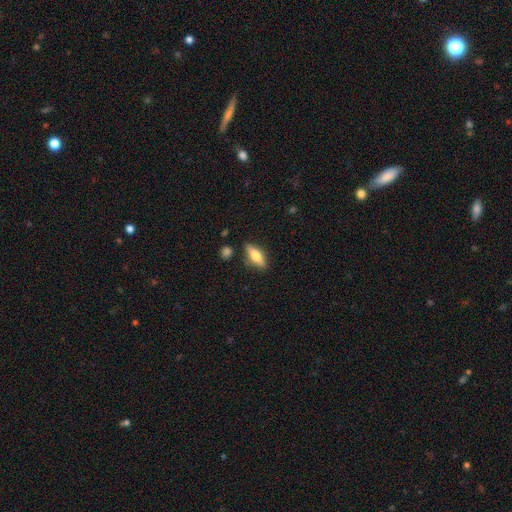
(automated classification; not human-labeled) Q: Smooth or featured?
A: smooth (60%); runner-up: featured or disk (33%)
Q: How rounded?
A: in between (59%); runner-up: cigar-shaped (38%)
Q: Merging?
A: none (84%); runner-up: minor disturbance (11%)